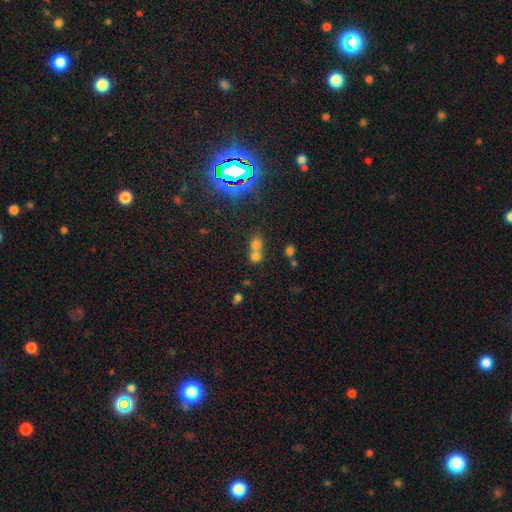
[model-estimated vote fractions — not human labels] Smooth or featured?
  - smooth: 68% *
  - star or artifact: 20%
  - featured or disk: 11%
How rounded?
  - round: 75% *
  - in between: 23%
  - cigar-shaped: 2%
Merging?
  - merger: 62% *
  - none: 31%
  - minor disturbance: 5%
  - major disturbance: 2%